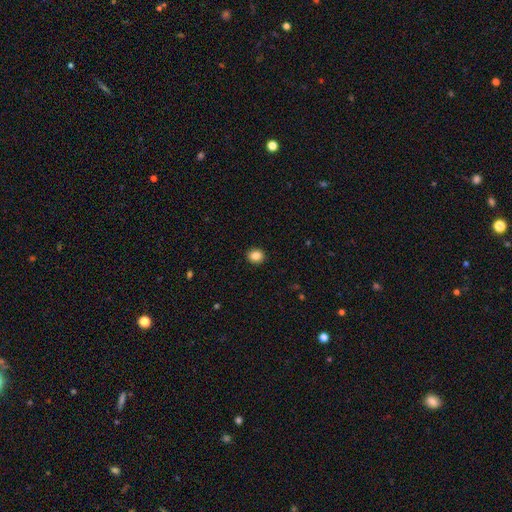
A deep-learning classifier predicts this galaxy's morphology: This appears to be a smooth galaxy with no disk features (86%) that is round (77%). Merging: none (92%).